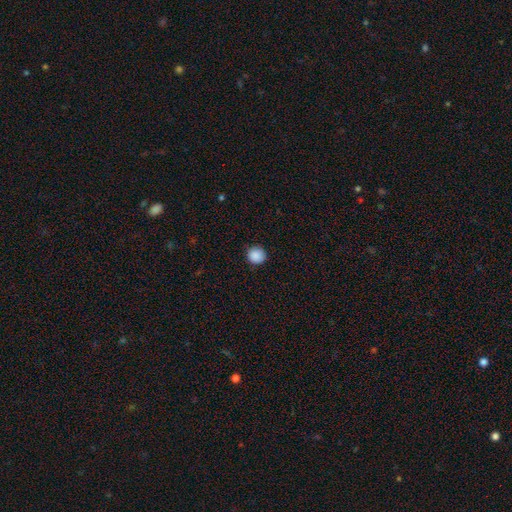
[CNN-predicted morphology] The model was most divided on "smooth or featured": smooth: 89%, star or artifact: 9%, featured or disk: 2%. More confident: how rounded — round (93%); merging — none (89%).